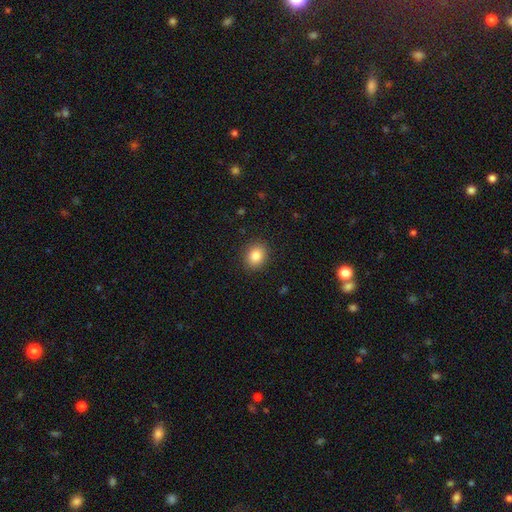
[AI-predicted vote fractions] Smooth or featured: smooth — 85% (star or artifact — 9%)
How rounded: round — 58% (in between — 41%)
Merging: none — 90% (minor disturbance — 7%)